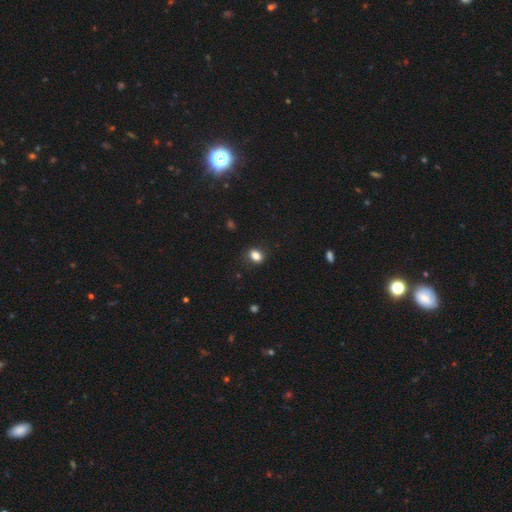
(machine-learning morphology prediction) Smooth or featured? smooth (83%)
How rounded? in between (64%)
Merging? none (83%)